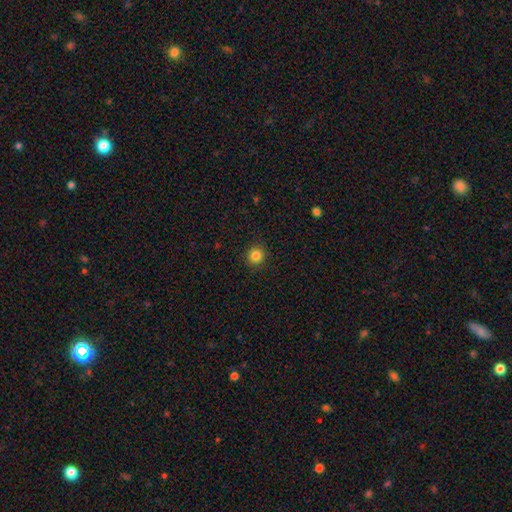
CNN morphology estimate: A smooth galaxy with no disk features (84%) that is round (93%). Merging: none (92%).